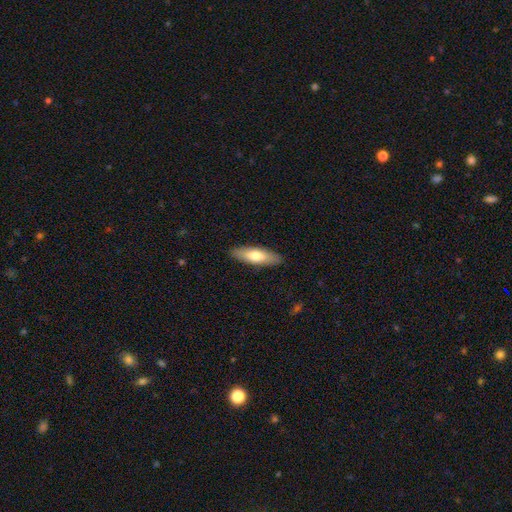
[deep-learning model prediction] Smooth or featured: smooth — 68% (featured or disk — 26%)
How rounded: in between — 50% (cigar-shaped — 48%)
Merging: none — 89% (minor disturbance — 8%)